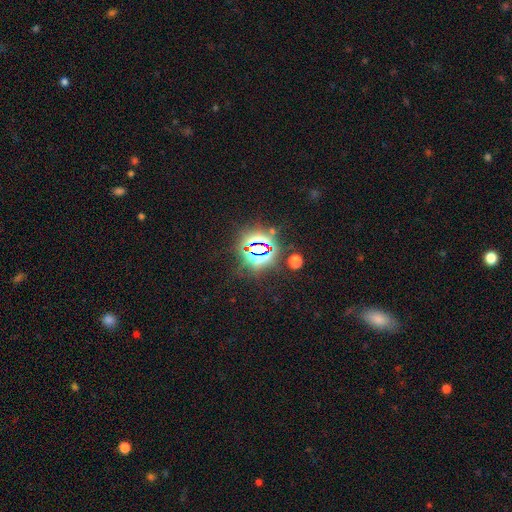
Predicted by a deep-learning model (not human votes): Morphology: type=star or artifact (81%).